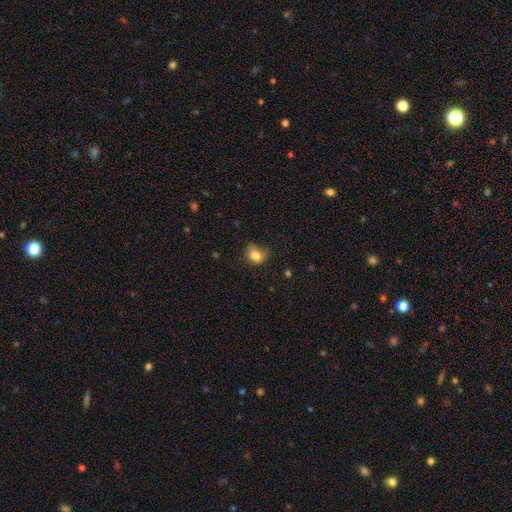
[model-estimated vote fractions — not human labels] Smooth or featured? smooth (80%)
How rounded? in between (53%)
Merging? none (47%)